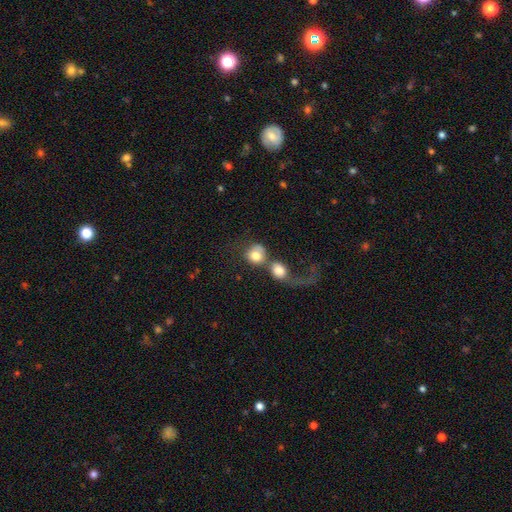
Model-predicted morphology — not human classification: The model was most divided on "merging": merger: 64%, none: 15%, major disturbance: 15%, minor disturbance: 6%. More confident: how rounded — round (80%); smooth or featured — smooth (73%).